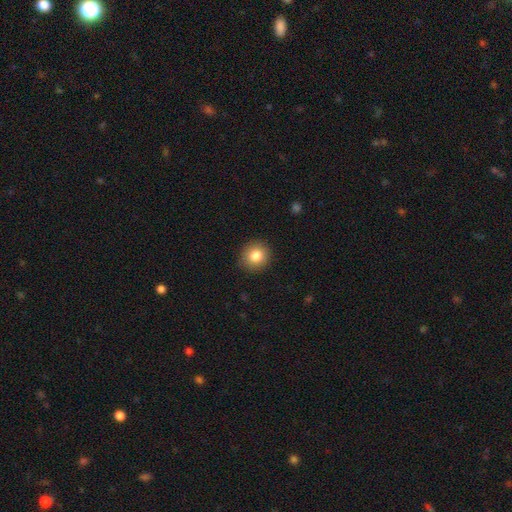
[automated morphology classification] This appears to be a smooth galaxy with no disk features (82%) that is round (90%). Merging: none (90%).